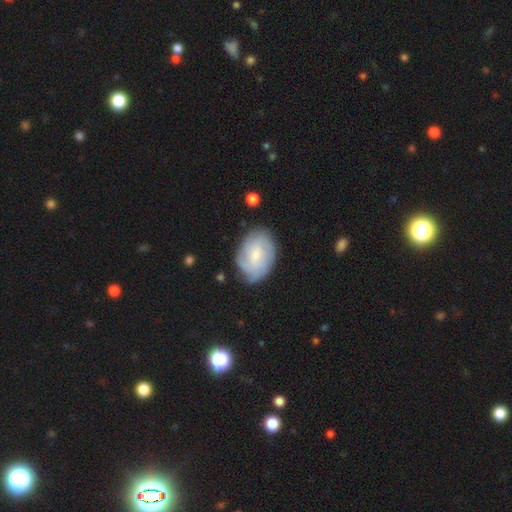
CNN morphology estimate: Smooth or featured?
  - featured or disk: 52% *
  - smooth: 41%
  - star or artifact: 7%
Edge-on disk?
  - no: 96% *
  - yes: 4%
Bar?
  - no: 57% *
  - weak: 38%
  - strong: 5%
Spiral arms?
  - yes: 82% *
  - no: 18%
Bulge size?
  - small: 60% *
  - moderate: 31%
  - none: 6%
  - large: 3%
  - dominant: 1%
Merging?
  - none: 75% *
  - minor disturbance: 19%
  - major disturbance: 5%
  - merger: 2%